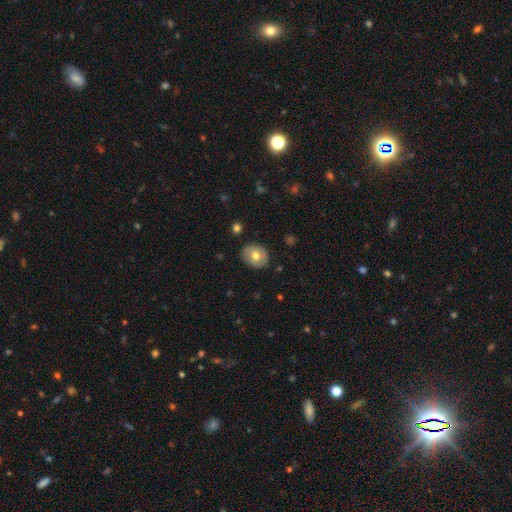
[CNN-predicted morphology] Smooth or featured?
  - smooth: 70% *
  - featured or disk: 23%
  - star or artifact: 8%
How rounded?
  - round: 60% *
  - in between: 39%
  - cigar-shaped: 1%
Merging?
  - none: 87% *
  - minor disturbance: 9%
  - major disturbance: 2%
  - merger: 1%